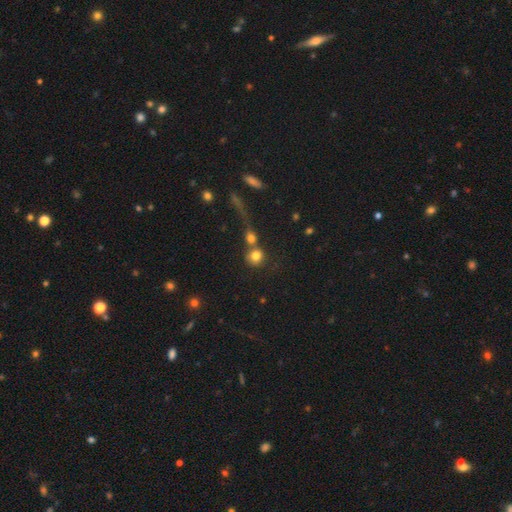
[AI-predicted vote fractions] The model was most divided on "merging": none: 46%, merger: 40%, minor disturbance: 8%, major disturbance: 6%. More confident: how rounded — round (86%); smooth or featured — smooth (79%).